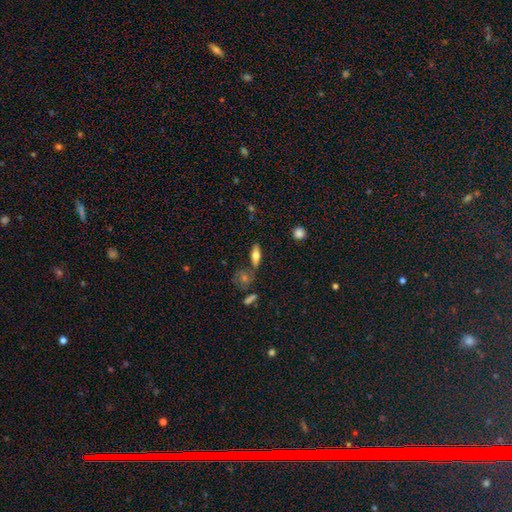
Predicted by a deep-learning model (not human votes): This is possibly a smooth galaxy (59%). How rounded: possibly in between (58%). Merging: likely none (70%).